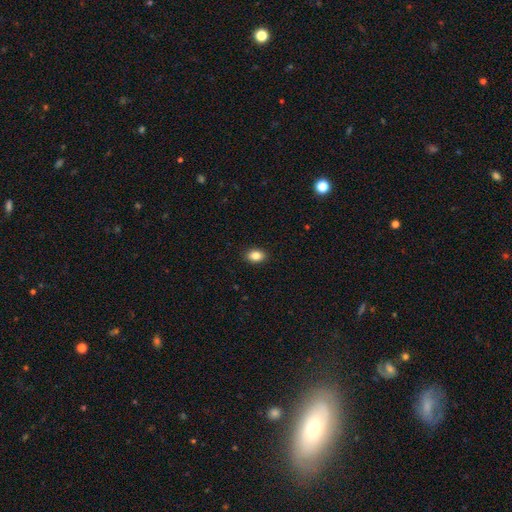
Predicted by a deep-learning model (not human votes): smooth 85%, star or artifact 9%, featured or disk 6%. Down the decision tree: how rounded — in between (76%); merging — none (90%).